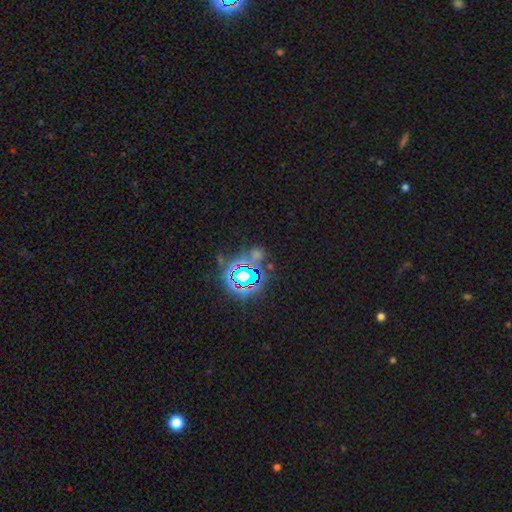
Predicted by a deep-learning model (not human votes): Morphology: type=star or artifact (70%).